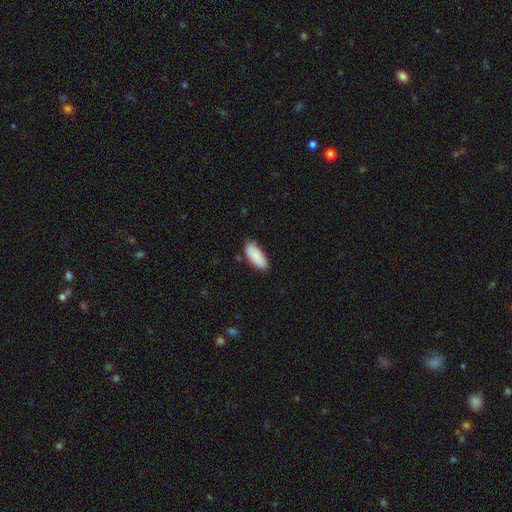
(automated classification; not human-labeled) Q: Smooth or featured?
A: smooth (90%); runner-up: star or artifact (6%)
Q: How rounded?
A: in between (85%); runner-up: cigar-shaped (13%)
Q: Merging?
A: none (82%); runner-up: minor disturbance (15%)